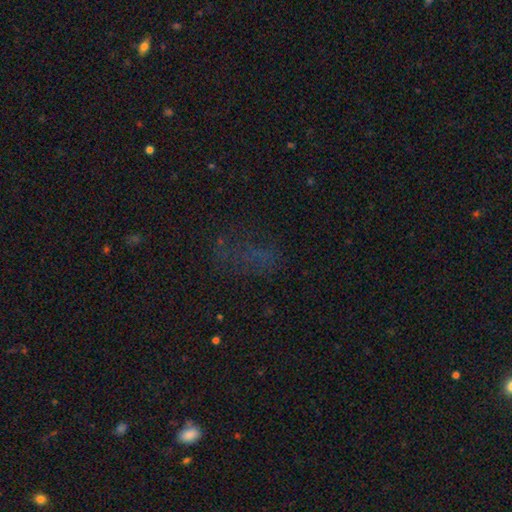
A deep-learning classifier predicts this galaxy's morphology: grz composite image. It shows a star or artifact, not a galaxy (45%).